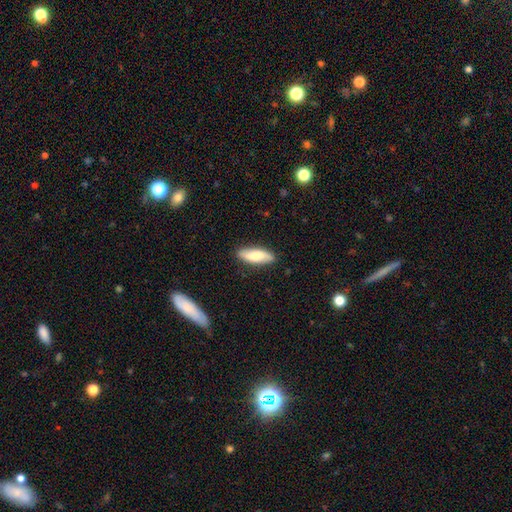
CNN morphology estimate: smooth-or-featured: smooth: 74% | featured or disk: 20% | star or artifact: 6%
  how-rounded: in between: 61% | cigar-shaped: 37% | round: 2%
  merging: none: 84% | minor disturbance: 12% | major disturbance: 2% | merger: 1%